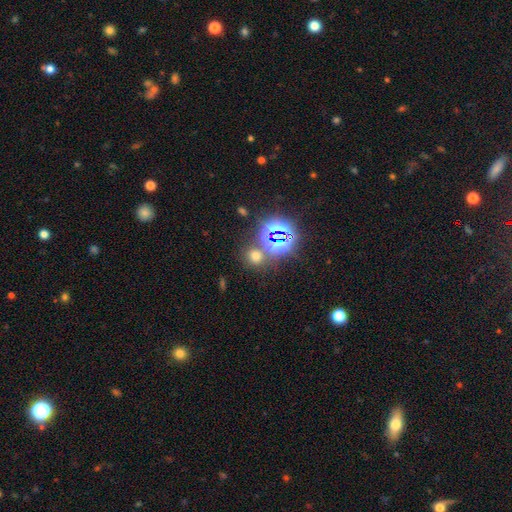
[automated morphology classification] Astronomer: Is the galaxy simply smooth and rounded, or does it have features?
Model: smooth — 53% (runner-up: star or artifact, 40%).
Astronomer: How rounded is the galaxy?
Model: round — 77%.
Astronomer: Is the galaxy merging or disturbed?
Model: none — 73%.